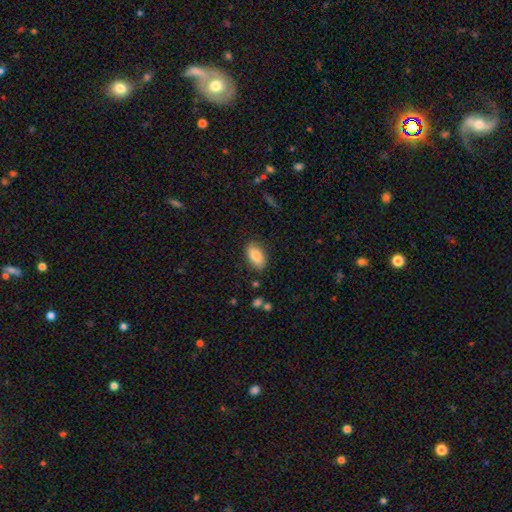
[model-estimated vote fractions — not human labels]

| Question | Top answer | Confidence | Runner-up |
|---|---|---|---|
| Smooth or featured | smooth | 85% | featured or disk (9%) |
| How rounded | in between | 92% | cigar-shaped (4%) |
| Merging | none | 85% | minor disturbance (11%) |